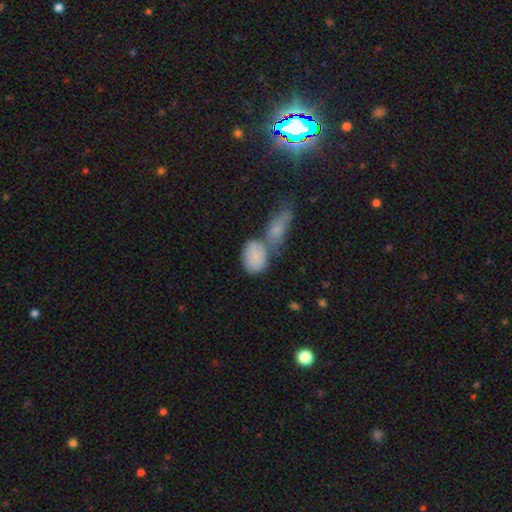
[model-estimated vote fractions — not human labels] Smooth or featured?
  - smooth: 81% *
  - featured or disk: 12%
  - star or artifact: 7%
How rounded?
  - in between: 80% *
  - round: 17%
  - cigar-shaped: 3%
Merging?
  - merger: 53% *
  - none: 29%
  - minor disturbance: 12%
  - major disturbance: 6%